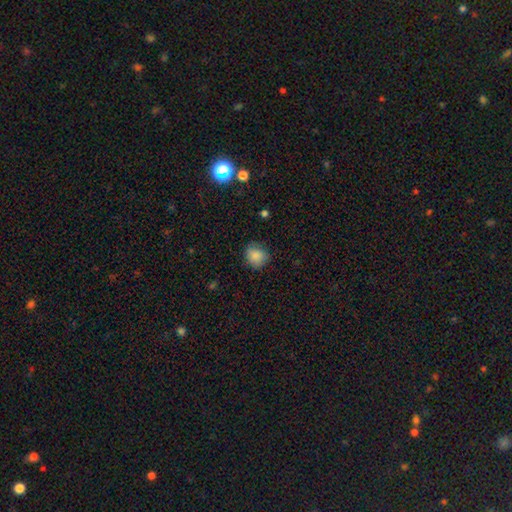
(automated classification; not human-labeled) Morphology: type=smooth (86%); roundness=round (79%); merging=none (78%).